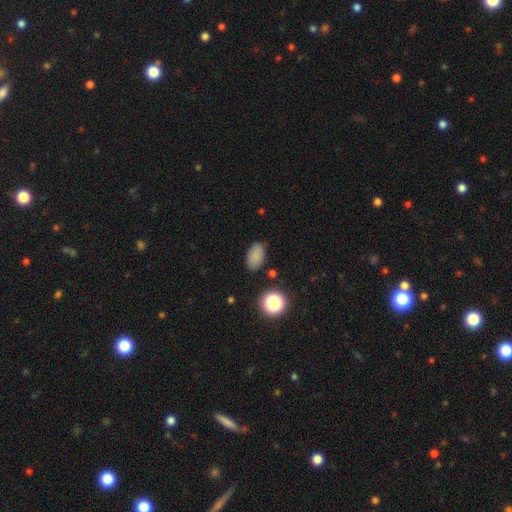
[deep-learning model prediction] smooth-or-featured: smooth: 82% | star or artifact: 12% | featured or disk: 6%
  how-rounded: in between: 90% | round: 9% | cigar-shaped: 2%
  merging: none: 82% | minor disturbance: 13% | major disturbance: 3% | merger: 2%